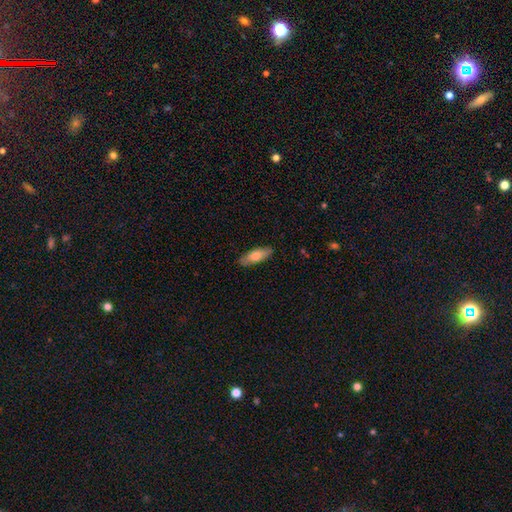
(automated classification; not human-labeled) smooth_or_featured: smooth (p=0.69) [alt: featured or disk p=0.25]
how_rounded: in between (p=0.63) [alt: cigar-shaped p=0.35]
merging: none (p=0.84) [alt: minor disturbance p=0.13]